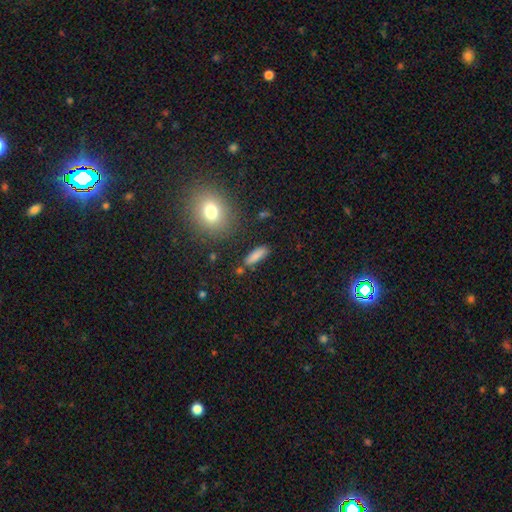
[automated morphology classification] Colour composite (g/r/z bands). It shows a smooth galaxy with no disk features (83%) that is cigar-shaped (52%). Merging: none (82%).